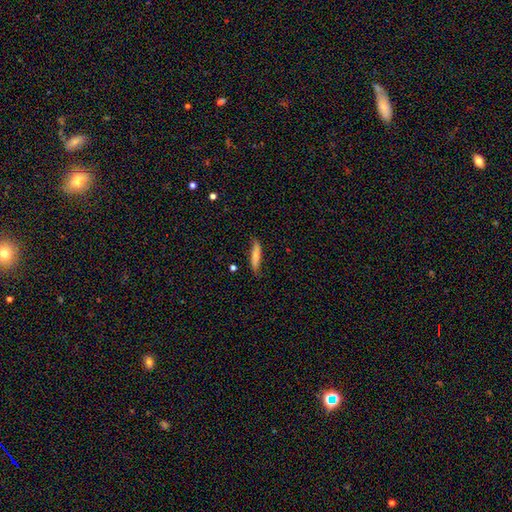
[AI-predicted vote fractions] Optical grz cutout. It shows a smooth galaxy with no disk features (68%) that is cigar-shaped (79%). Merging: none (76%).